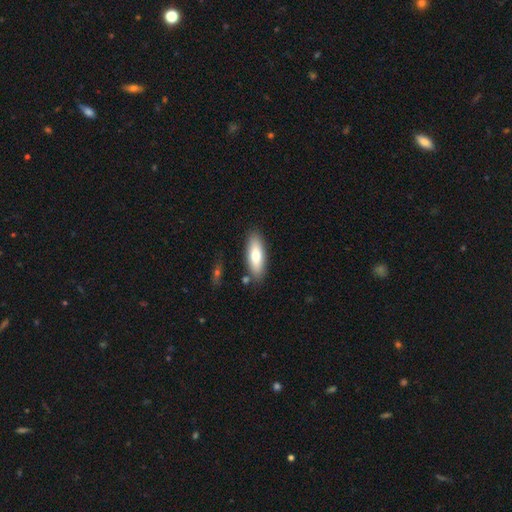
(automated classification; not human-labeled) Morphology: type=smooth (74%); roundness=in between (63%); merging=none (83%).